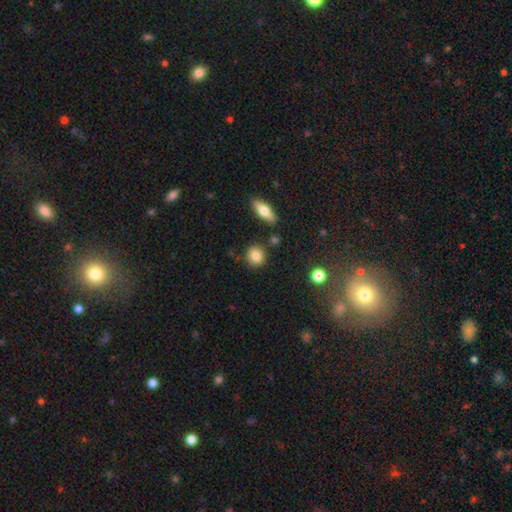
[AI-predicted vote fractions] Overall: smooth (84%). How rounded: round (80%). Merging: none (85%).